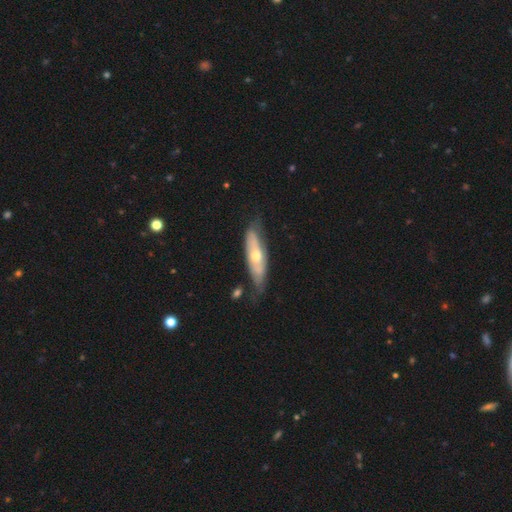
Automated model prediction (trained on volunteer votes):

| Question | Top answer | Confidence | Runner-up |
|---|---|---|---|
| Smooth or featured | featured or disk | 57% | smooth (38%) |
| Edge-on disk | no | 60% | yes (40%) |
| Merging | none | 61% | minor disturbance (27%) |